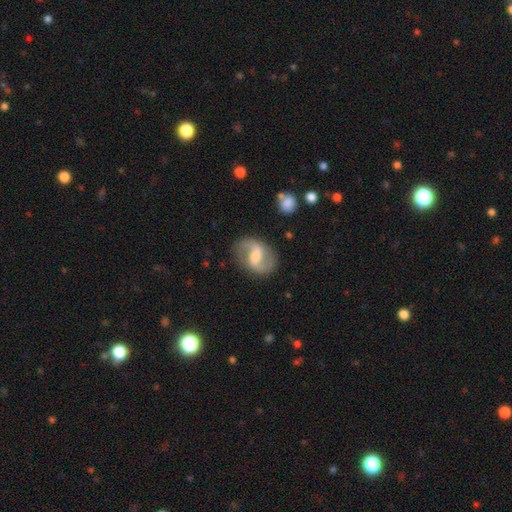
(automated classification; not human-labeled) This is clearly a featured or disk galaxy (81%). It is clearly not viewed edge-on (97%). Bar: possibly weak (50%). Spiral arm pattern: clearly yes (93%). Spiral arm count: clearly 2 (92%). Spiral winding: possibly medium (48%). Central bulge: possibly moderate (50%). Merging: clearly none (82%).